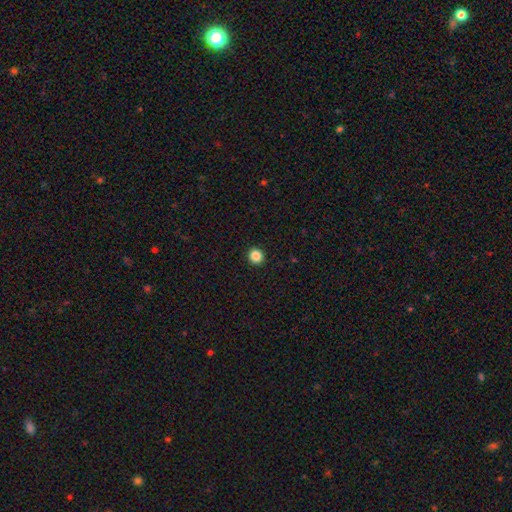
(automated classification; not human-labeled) smooth-or-featured: smooth: 87% | star or artifact: 10% | featured or disk: 3%
  how-rounded: round: 93% | in between: 6% | cigar-shaped: 1%
  merging: none: 94% | minor disturbance: 4% | major disturbance: 1% | merger: 1%